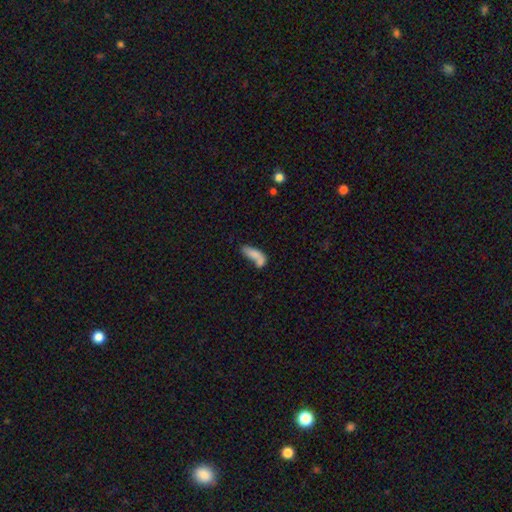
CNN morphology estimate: A smooth galaxy with no disk features (75%) that is in between round and cigar-shaped (70%). Merging: merger (46%).